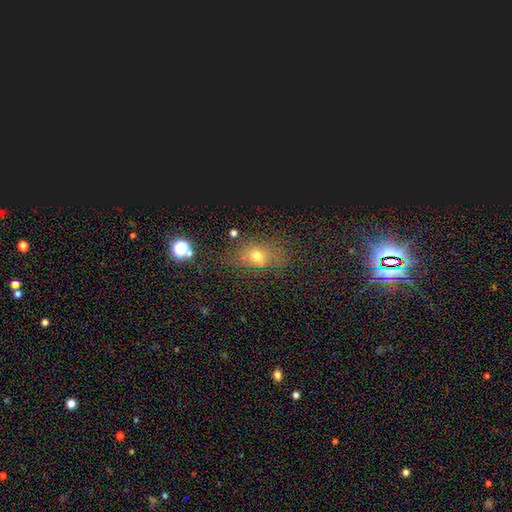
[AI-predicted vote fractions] Q: Smooth or featured?
A: smooth (55%); runner-up: star or artifact (31%)
Q: How rounded?
A: in between (57%); runner-up: round (37%)
Q: Merging?
A: none (73%); runner-up: minor disturbance (15%)